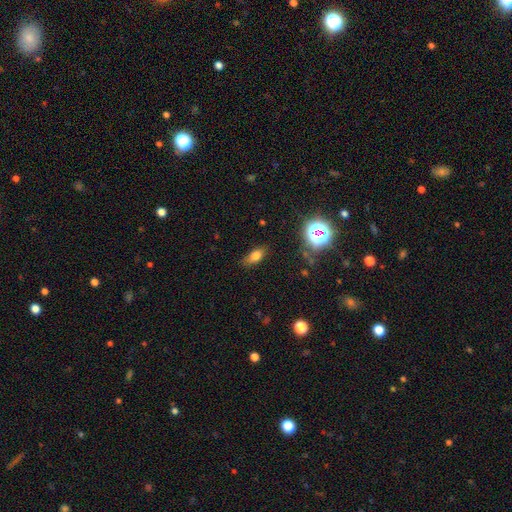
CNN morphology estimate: Smooth or featured? Predicted: smooth (p=0.74). How rounded? Predicted: in between (p=0.80). Merging? Predicted: none (p=0.77).